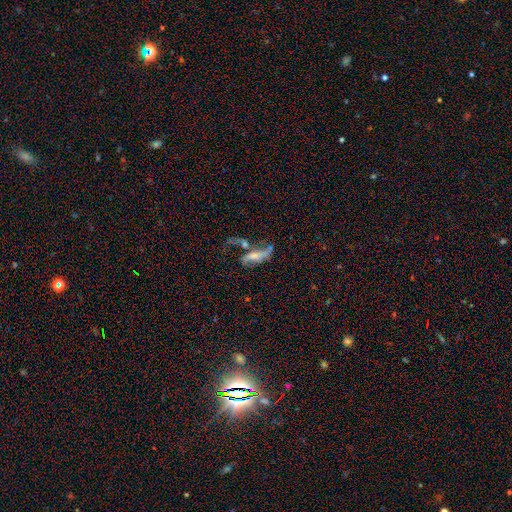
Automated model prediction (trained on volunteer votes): featured or disk 55%, smooth 35%, star or artifact 10%. Down the decision tree: edge-on disk — no (79%); merging — major disturbance (32%).